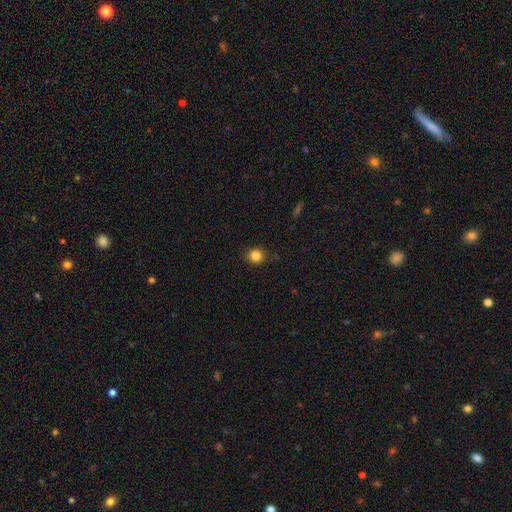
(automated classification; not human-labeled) Smooth or featured? Predicted: smooth (p=0.84). How rounded? Predicted: round (p=0.88). Merging? Predicted: none (p=0.86).